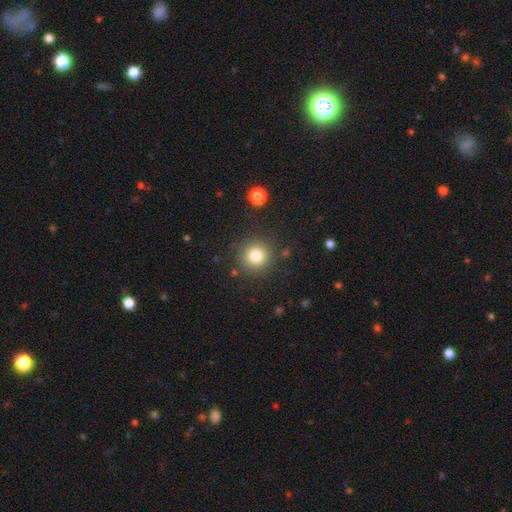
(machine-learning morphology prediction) Smooth or featured? Predicted: smooth (p=0.80). How rounded? Predicted: round (p=0.94). Merging? Predicted: none (p=0.87).